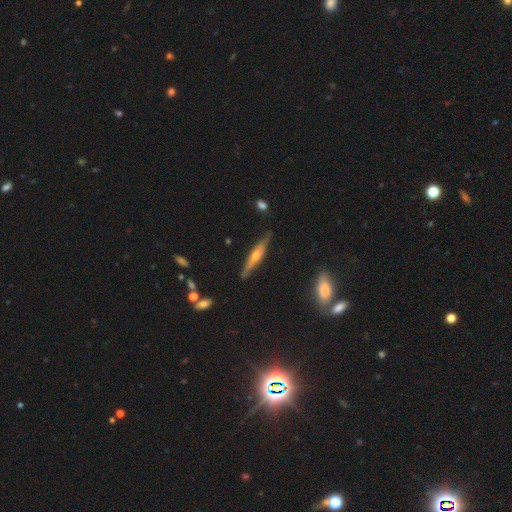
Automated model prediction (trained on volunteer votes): featured or disk 64%, smooth 30%, star or artifact 6%. Down the decision tree: edge-on disk — yes (94%); edge-on bulge — rounded (86%); merging — none (84%).